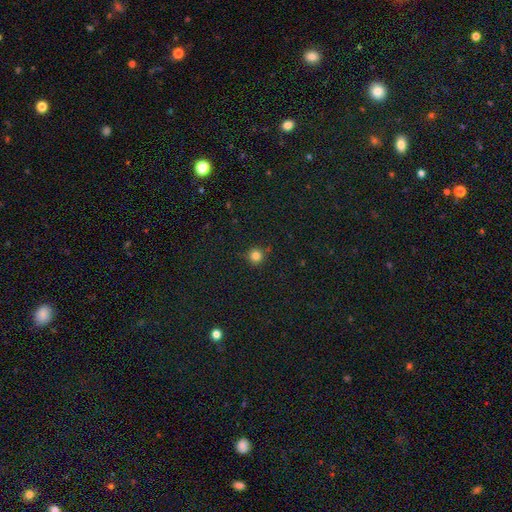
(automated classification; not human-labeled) This is clearly a smooth galaxy (82%). How rounded: clearly round (94%). Merging: clearly none (85%).